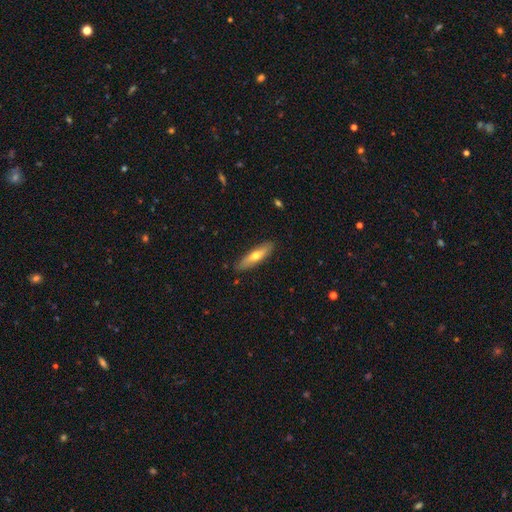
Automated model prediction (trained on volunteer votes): Overall: smooth (57%; featured or disk 37%). How rounded: cigar-shaped (72%). Merging: none (87%).